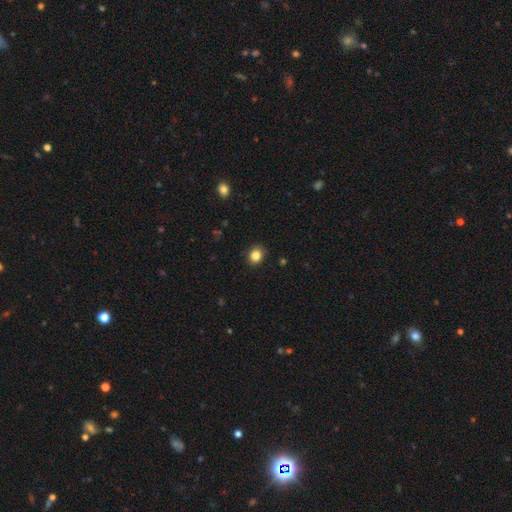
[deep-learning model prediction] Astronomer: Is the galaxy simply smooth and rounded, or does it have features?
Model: smooth — 84%.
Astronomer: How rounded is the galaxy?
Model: round — 67%.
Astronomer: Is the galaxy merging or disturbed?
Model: none — 87%.